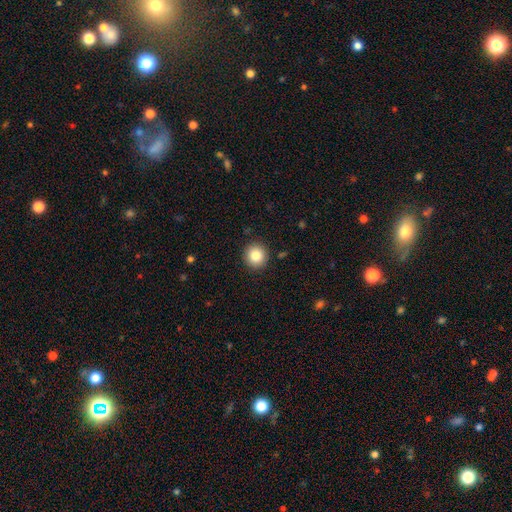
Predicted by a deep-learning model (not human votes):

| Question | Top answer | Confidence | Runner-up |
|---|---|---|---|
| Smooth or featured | smooth | 84% | star or artifact (10%) |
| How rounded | round | 92% | in between (7%) |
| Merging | none | 91% | minor disturbance (6%) |